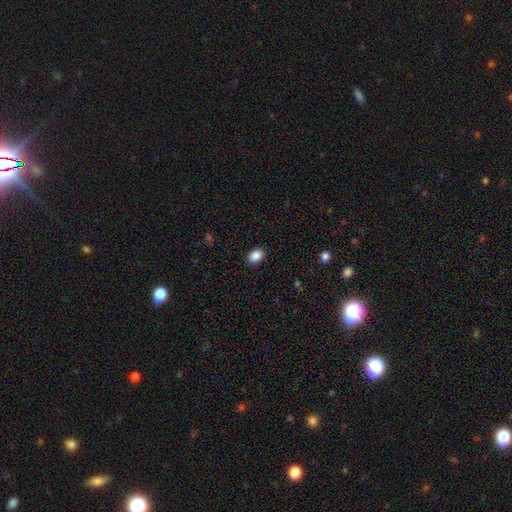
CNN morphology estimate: This is clearly a smooth galaxy (89%). How rounded: likely in between (66%). Merging: clearly none (90%).